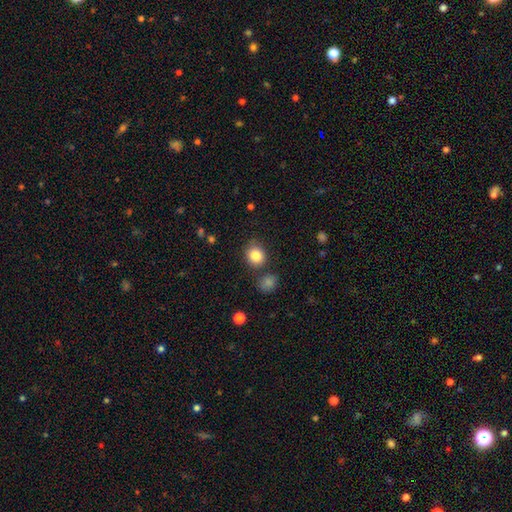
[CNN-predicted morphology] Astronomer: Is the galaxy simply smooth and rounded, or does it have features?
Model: smooth — 85%.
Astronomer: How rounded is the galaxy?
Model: round — 79%.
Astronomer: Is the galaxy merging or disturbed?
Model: none — 78%.